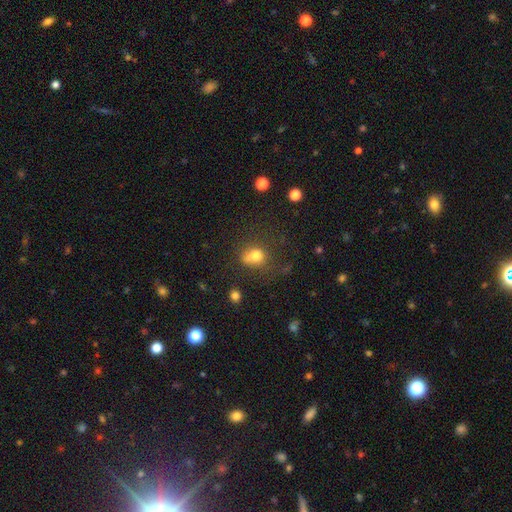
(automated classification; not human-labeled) Smooth or featured? Predicted: smooth (p=0.71). How rounded? Predicted: round (p=0.61). Merging? Predicted: none (p=0.44).